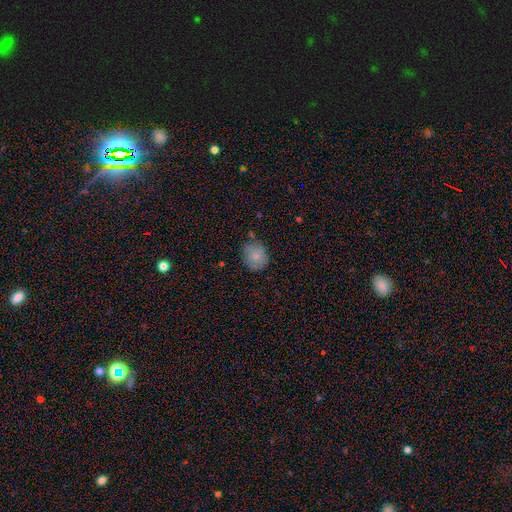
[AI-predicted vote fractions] smooth 80%, featured or disk 12%, star or artifact 8%. Down the decision tree: how rounded — round (68%); merging — none (70%).